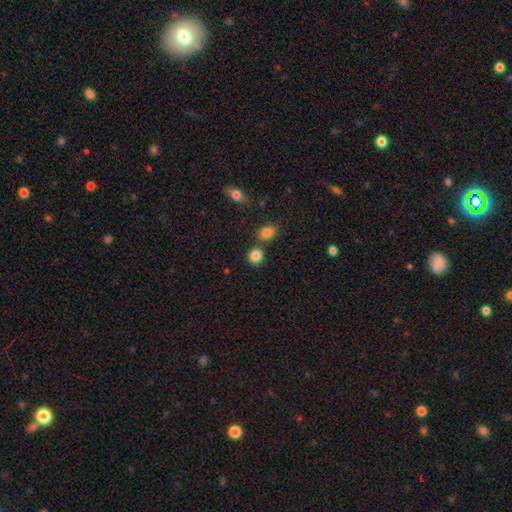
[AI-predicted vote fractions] Smooth or featured?
  - smooth: 86% *
  - star or artifact: 10%
  - featured or disk: 4%
How rounded?
  - round: 83% *
  - in between: 16%
  - cigar-shaped: 1%
Merging?
  - none: 71% *
  - merger: 17%
  - minor disturbance: 9%
  - major disturbance: 3%